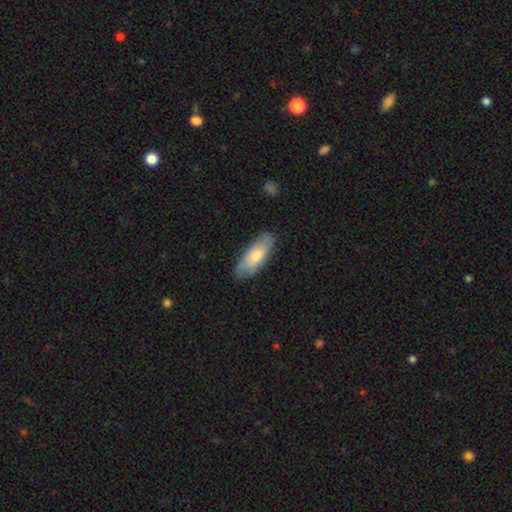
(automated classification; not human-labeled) This appears to be a smooth galaxy with no disk features (74%) that is in between round and cigar-shaped (76%). Merging: none (82%).